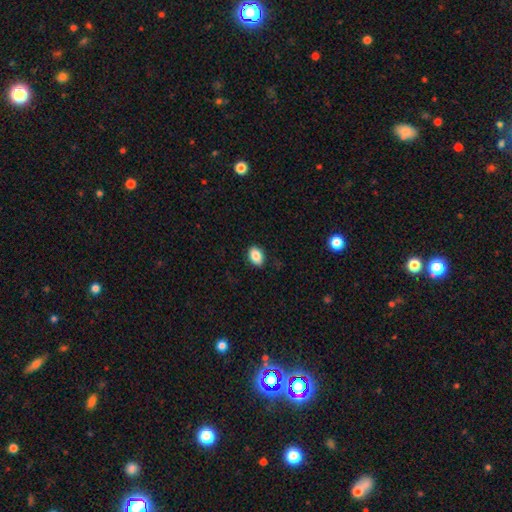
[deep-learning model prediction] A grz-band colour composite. It shows a smooth galaxy with no disk features (86%) that is in between round and cigar-shaped (84%). Merging: none (87%).